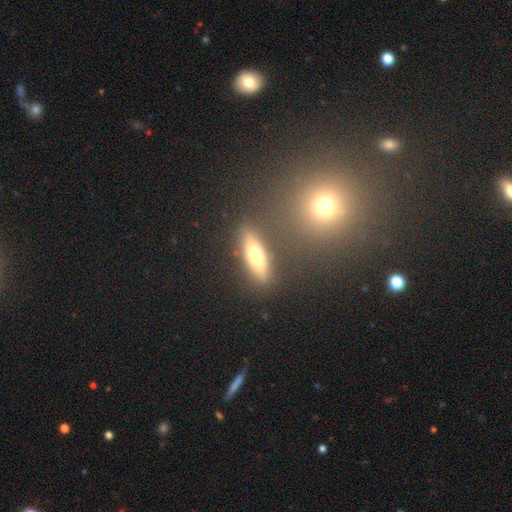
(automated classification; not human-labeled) Smooth or featured? Predicted: smooth (p=0.57). How rounded? Predicted: cigar-shaped (p=0.57). Merging? Predicted: none (p=0.82).